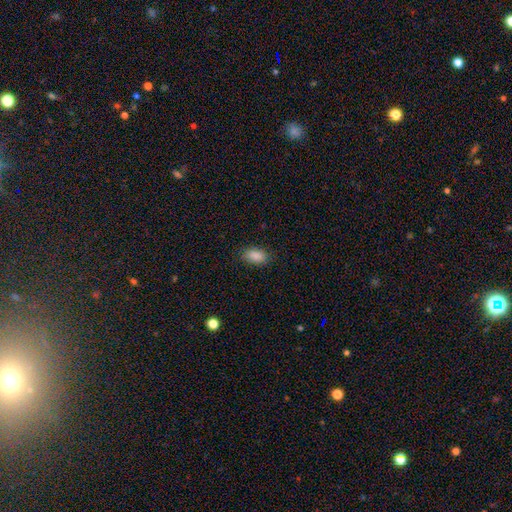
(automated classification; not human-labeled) The model was most divided on "merging": none: 85%, minor disturbance: 11%, major disturbance: 3%, merger: 1%. More confident: how rounded — in between (90%); smooth or featured — smooth (88%).